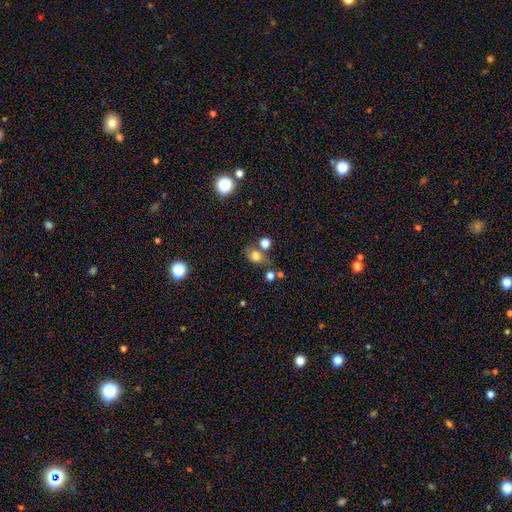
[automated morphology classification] Smooth or featured: smooth — 73% (star or artifact — 16%)
How rounded: in between — 53% (round — 45%)
Merging: none — 56% (merger — 19%)